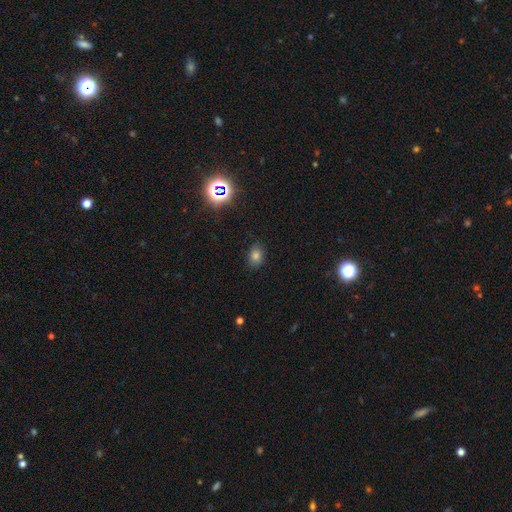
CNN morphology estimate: smooth_or_featured: smooth (p=0.76) [alt: star or artifact p=0.17]
how_rounded: in between (p=0.72) [alt: round p=0.26]
merging: none (p=0.83) [alt: minor disturbance p=0.13]